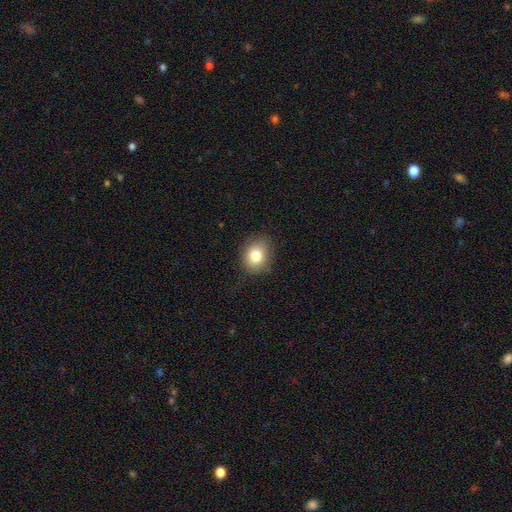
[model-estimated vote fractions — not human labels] Q: Smooth or featured?
A: smooth (80%); runner-up: star or artifact (10%)
Q: How rounded?
A: round (57%); runner-up: in between (42%)
Q: Merging?
A: none (82%); runner-up: minor disturbance (13%)